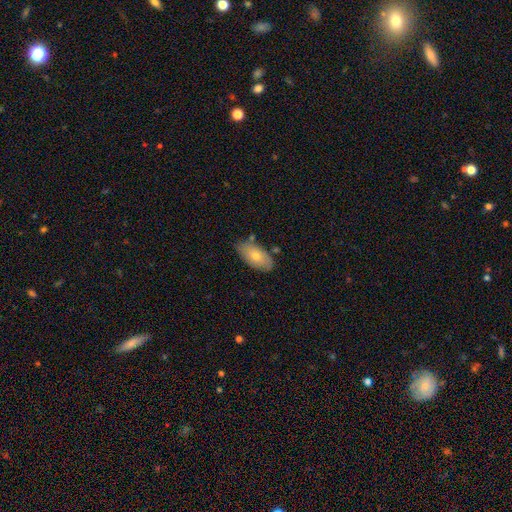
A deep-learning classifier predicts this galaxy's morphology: Overall: smooth (64%; featured or disk 29%). How rounded: in between (91%). Merging: none (79%).